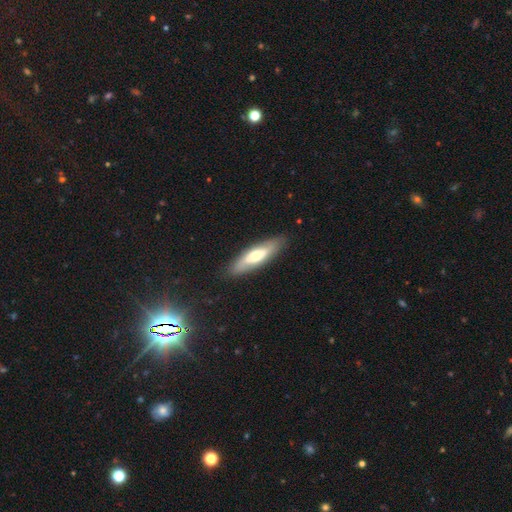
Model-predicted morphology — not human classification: smooth 52%, featured or disk 42%, star or artifact 5%. Down the decision tree: how rounded — cigar-shaped (56%); merging — none (84%).